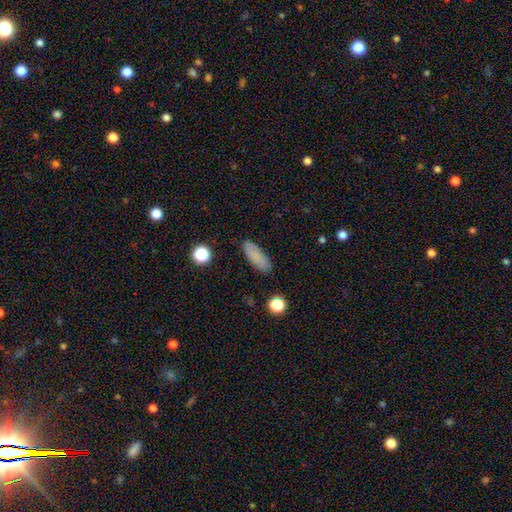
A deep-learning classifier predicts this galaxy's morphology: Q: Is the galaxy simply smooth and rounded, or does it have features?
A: smooth — 82%.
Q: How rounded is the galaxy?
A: in between — 64%.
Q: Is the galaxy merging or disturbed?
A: none — 85%.